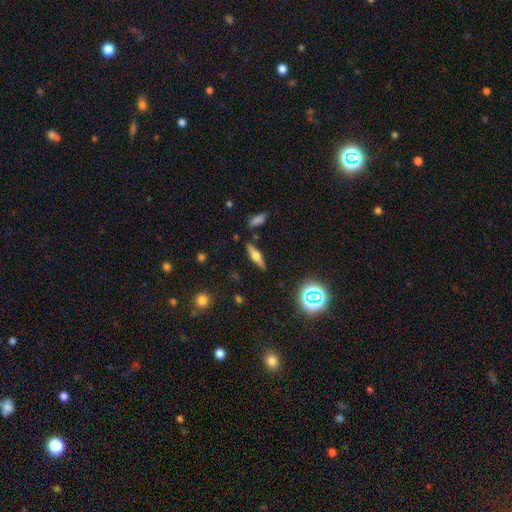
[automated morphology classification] Q: Smooth or featured?
A: featured or disk (54%); runner-up: smooth (36%)
Q: Edge-on disk?
A: yes (94%); runner-up: no (6%)
Q: Edge-on bulge?
A: rounded (90%); runner-up: boxy (8%)
Q: Merging?
A: none (85%); runner-up: minor disturbance (9%)